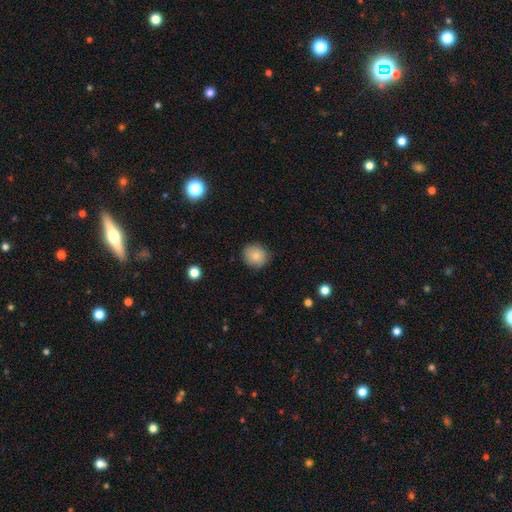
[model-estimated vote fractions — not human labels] A smooth galaxy with no disk features (84%) that is round (82%). Merging: none (85%).